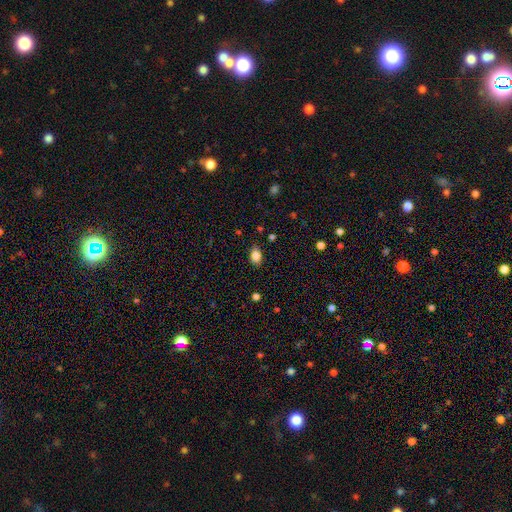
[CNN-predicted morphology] smooth 84%, star or artifact 9%, featured or disk 7%. Down the decision tree: how rounded — in between (83%); merging — none (85%).